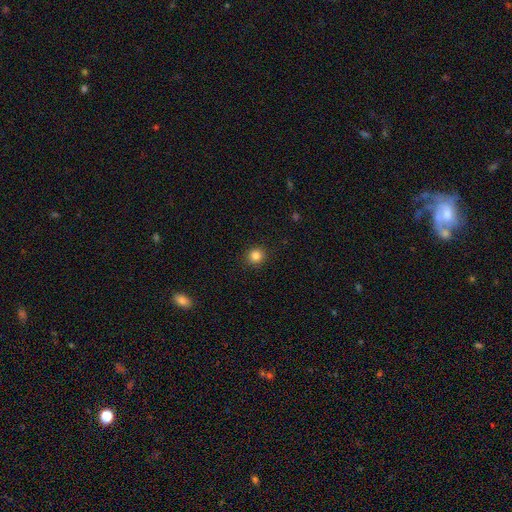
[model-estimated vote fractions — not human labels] smooth_or_featured: smooth (p=0.84) [alt: star or artifact p=0.12]
how_rounded: round (p=0.92) [alt: in between p=0.07]
merging: none (p=0.92) [alt: minor disturbance p=0.05]